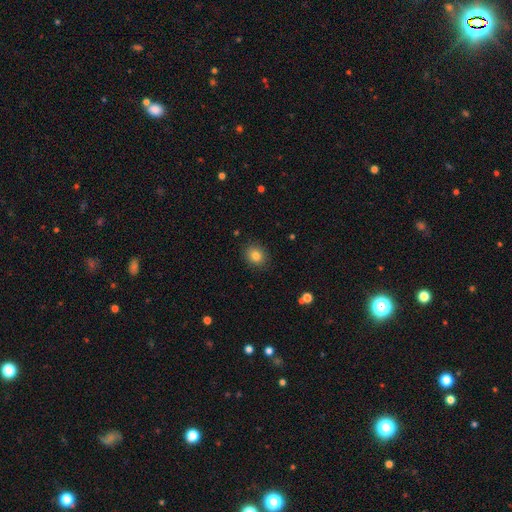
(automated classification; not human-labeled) Morphology: type=smooth (81%); roundness=round (67%); merging=none (88%).